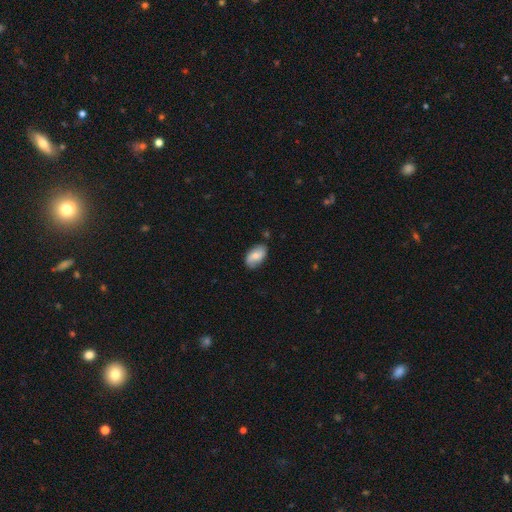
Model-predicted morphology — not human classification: smooth 65%, featured or disk 28%, star or artifact 7%. Down the decision tree: how rounded — in between (93%); merging — none (74%).